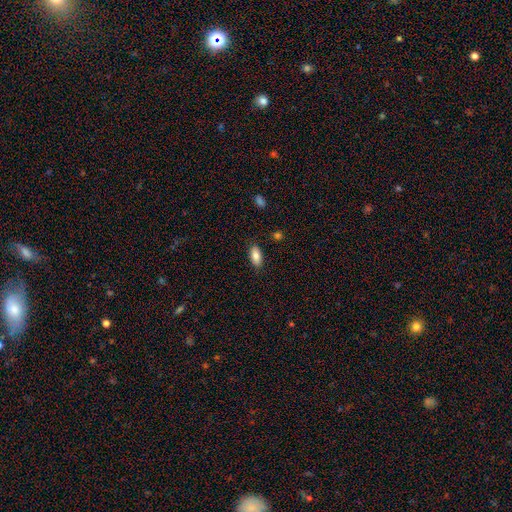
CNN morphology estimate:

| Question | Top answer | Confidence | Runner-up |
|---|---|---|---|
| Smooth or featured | smooth | 84% | featured or disk (9%) |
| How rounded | in between | 89% | cigar-shaped (8%) |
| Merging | none | 85% | minor disturbance (12%) |